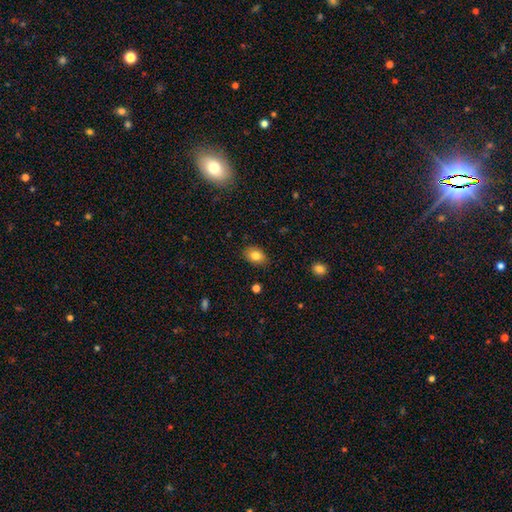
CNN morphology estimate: type=smooth (82%); roundness=in between (82%); merging=none (85%).